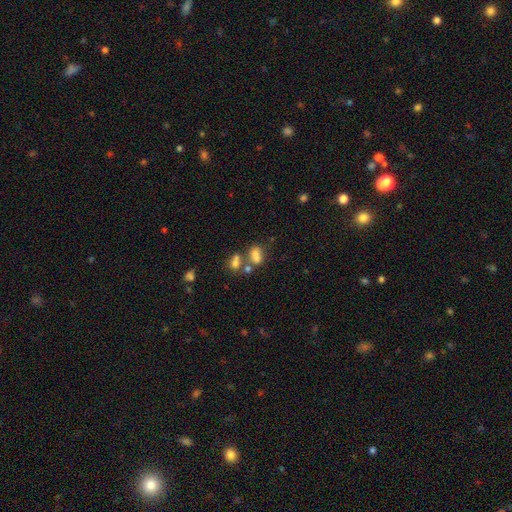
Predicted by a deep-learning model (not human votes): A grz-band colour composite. It shows a smooth galaxy with no disk features (68%) that is in between round and cigar-shaped (73%). Merging: merger (43%).